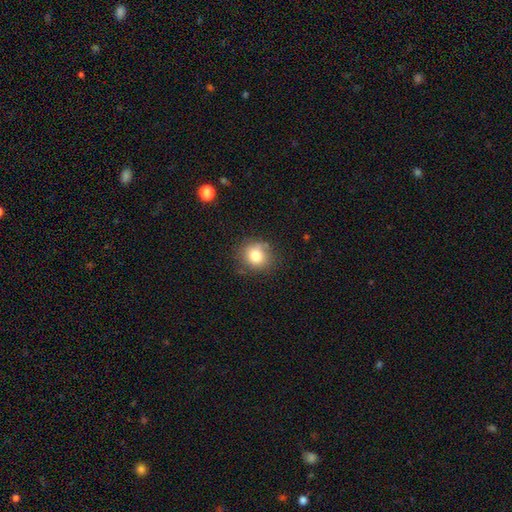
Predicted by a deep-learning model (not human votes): Morphology: type=smooth (80%); roundness=round (82%); merging=none (76%).